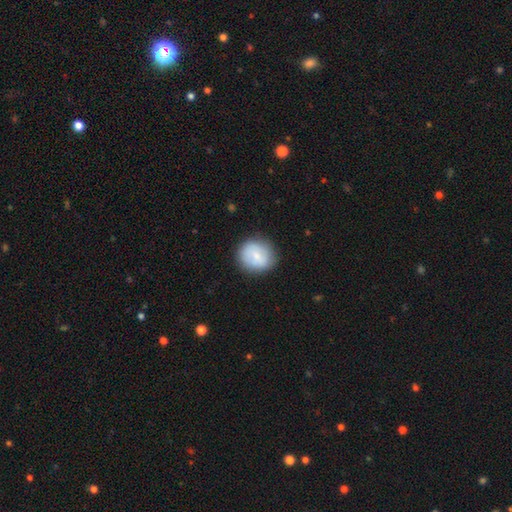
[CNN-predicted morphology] Overall: smooth (75%). How rounded: round (82%). Merging: none (82%).